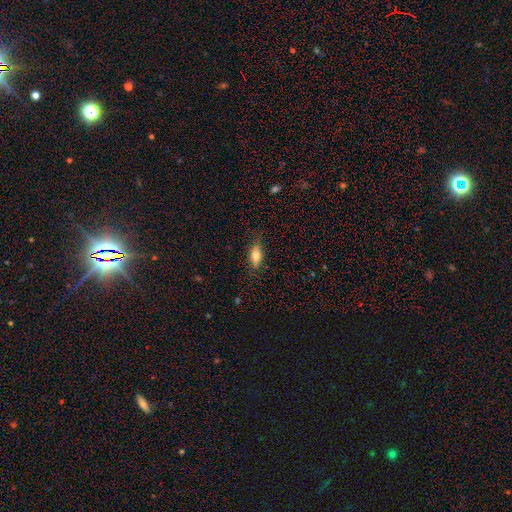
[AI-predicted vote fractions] A smooth galaxy with no disk features (70%) that is in between round and cigar-shaped (77%). Merging: none (79%).